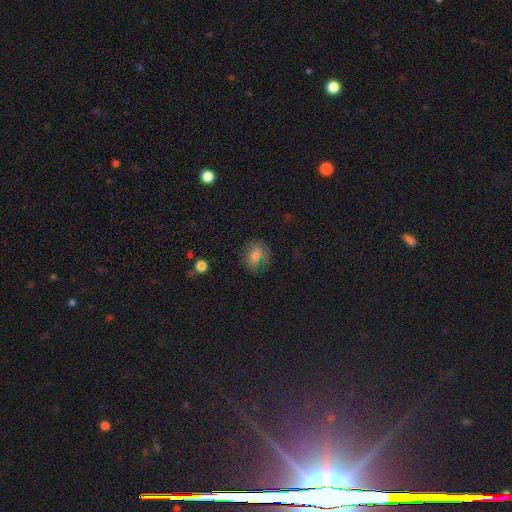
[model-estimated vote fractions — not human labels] Smooth or featured? Predicted: smooth (p=0.69). How rounded? Predicted: round (p=0.59). Merging? Predicted: none (p=0.73).